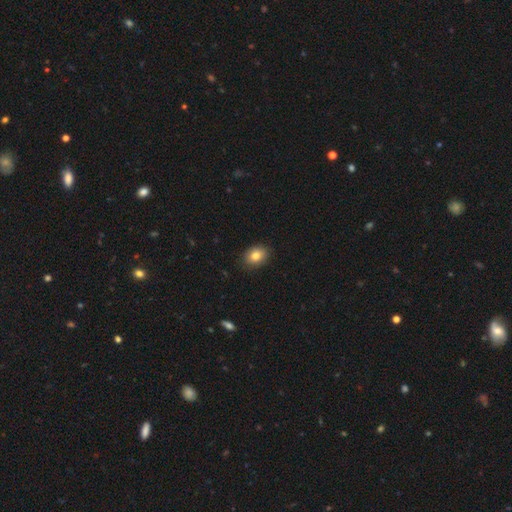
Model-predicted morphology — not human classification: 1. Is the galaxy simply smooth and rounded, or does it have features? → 82% smooth, 9% star or artifact, 9% featured or disk.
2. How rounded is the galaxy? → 65% in between, 34% round, 1% cigar-shaped.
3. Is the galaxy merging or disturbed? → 87% none, 10% minor disturbance, 2% major disturbance, 1% merger.